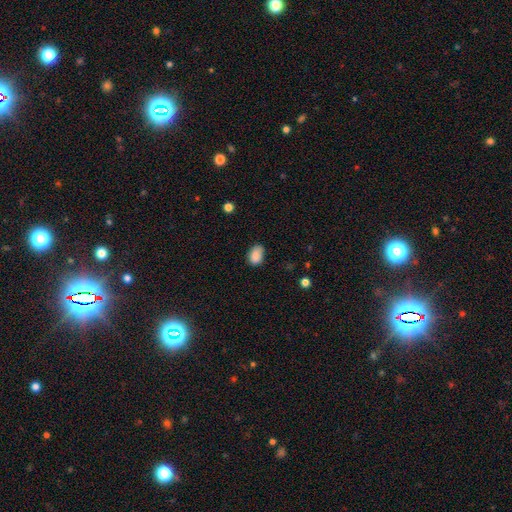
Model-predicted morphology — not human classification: Smooth or featured? smooth (87%)
How rounded? in between (81%)
Merging? none (69%)